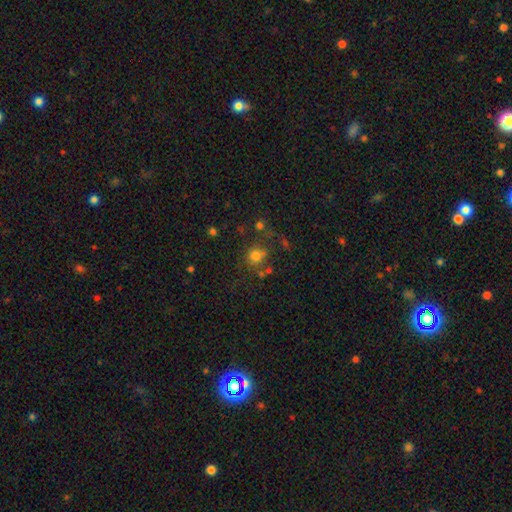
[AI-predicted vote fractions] Smooth or featured?
  - smooth: 74% *
  - star or artifact: 16%
  - featured or disk: 10%
How rounded?
  - round: 84% *
  - in between: 15%
  - cigar-shaped: 1%
Merging?
  - none: 61% *
  - minor disturbance: 15%
  - merger: 15%
  - major disturbance: 10%